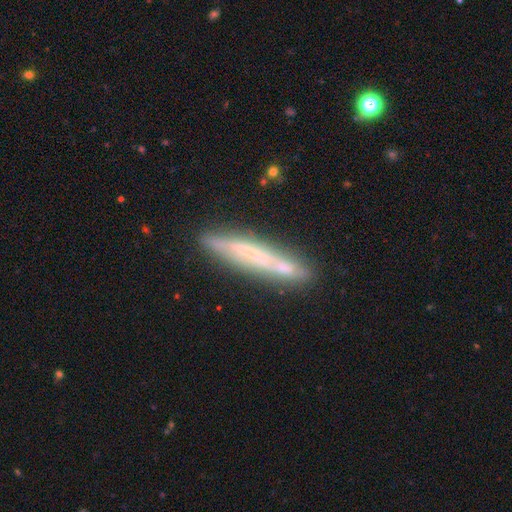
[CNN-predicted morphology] Smooth or featured?
  - featured or disk: 56% *
  - smooth: 36%
  - star or artifact: 9%
Edge-on disk?
  - yes: 84% *
  - no: 16%
Merging?
  - none: 76% *
  - minor disturbance: 15%
  - merger: 5%
  - major disturbance: 4%